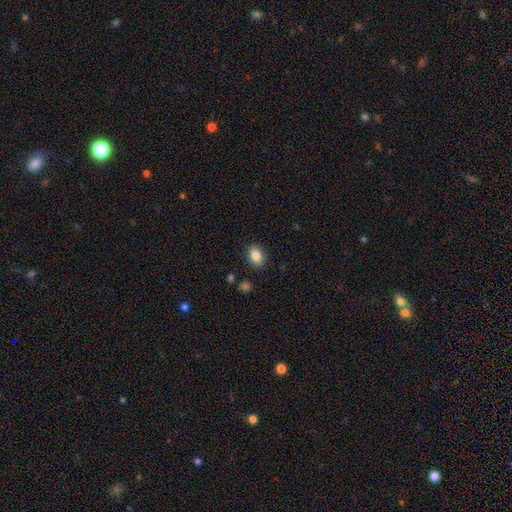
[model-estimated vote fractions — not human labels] This is clearly a smooth galaxy (86%). How rounded: likely in between (79%). Merging: clearly none (88%).